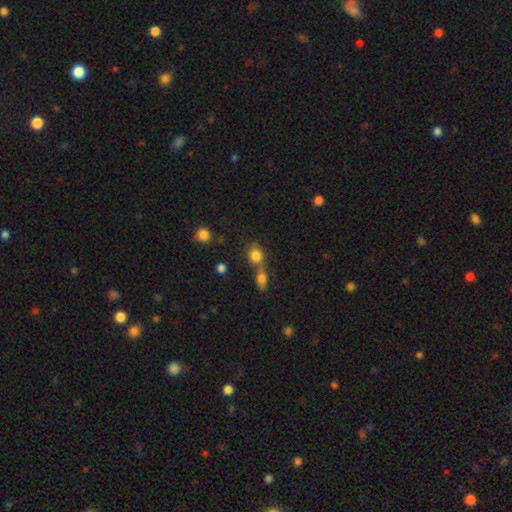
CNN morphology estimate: A smooth galaxy with no disk features (80%) that is round (63%). Merging: merger (51%).